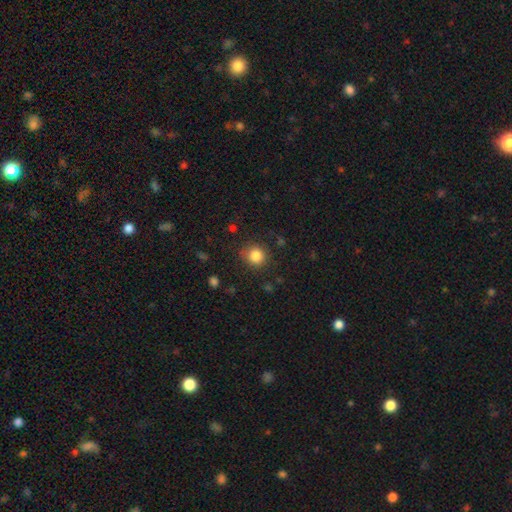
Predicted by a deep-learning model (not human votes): Smooth or featured? smooth (84%)
How rounded? round (89%)
Merging? none (84%)